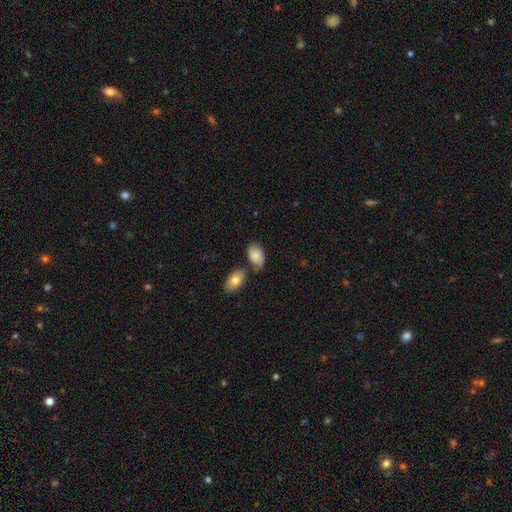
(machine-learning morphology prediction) type=smooth (82%); roundness=in between (92%); merging=none (53%).